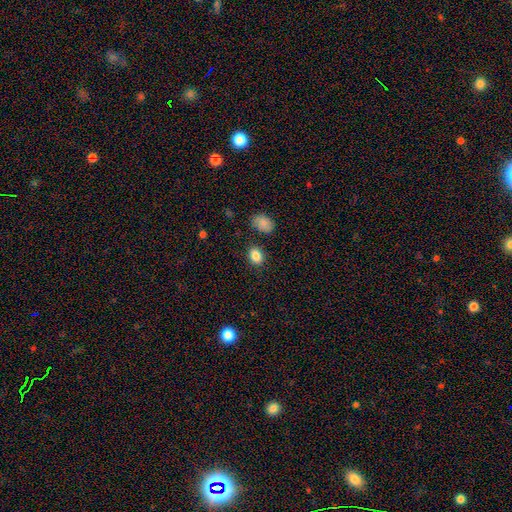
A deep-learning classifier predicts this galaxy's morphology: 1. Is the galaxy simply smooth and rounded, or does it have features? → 86% smooth, 9% star or artifact, 5% featured or disk.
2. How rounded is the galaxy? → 64% in between, 35% round, 1% cigar-shaped.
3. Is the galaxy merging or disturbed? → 83% none, 11% minor disturbance, 3% merger, 3% major disturbance.